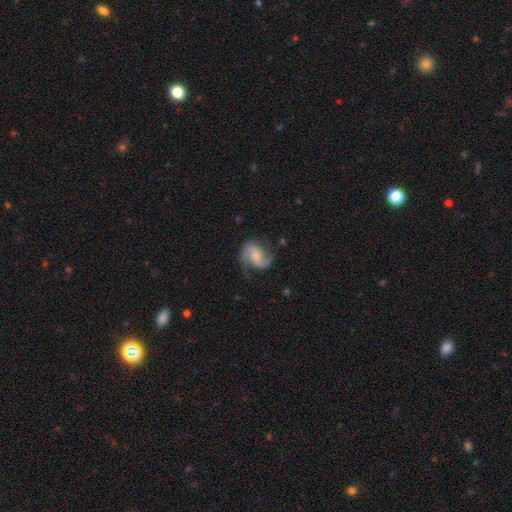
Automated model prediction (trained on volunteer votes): smooth_or_featured: featured or disk (p=0.76) [alt: smooth p=0.18]
disk_edge_on: no (p=0.98) [alt: yes p=0.02]
bar: no (p=0.48) [alt: weak p=0.39]
has_spiral_arms: yes (p=0.96) [alt: no p=0.04]
spiral_winding: medium (p=0.45) [alt: loose p=0.38]
spiral_arm_count: 2 (p=0.86) [alt: 1 p=0.07]
bulge_size: small (p=0.39) [alt: moderate p=0.27]
merging: none (p=0.65) [alt: minor disturbance p=0.21]